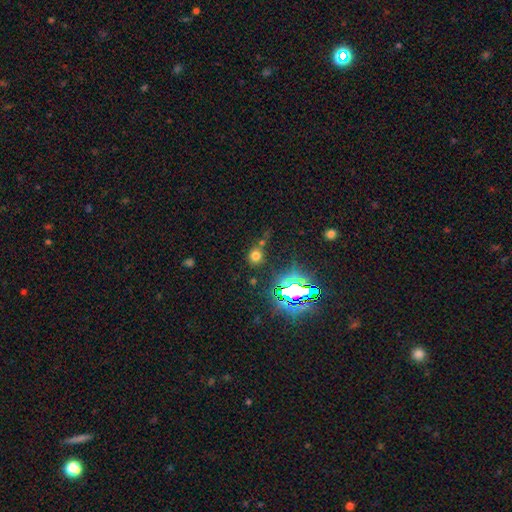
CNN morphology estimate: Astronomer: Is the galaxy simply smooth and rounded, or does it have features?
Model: smooth — 64%.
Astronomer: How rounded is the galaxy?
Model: round — 80%.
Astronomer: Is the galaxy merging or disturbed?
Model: none — 68%.